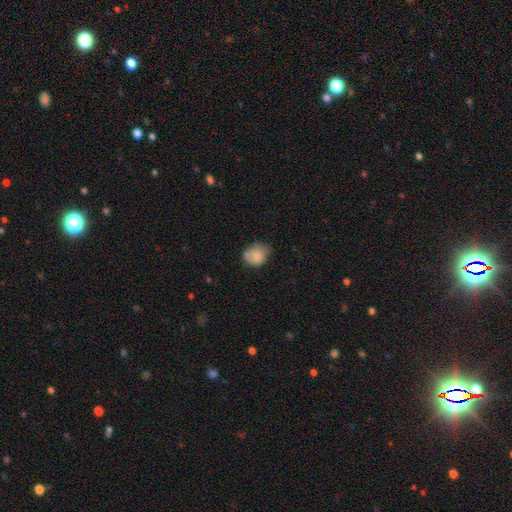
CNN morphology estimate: A smooth galaxy with no disk features (77%) that is round (50%).

Vote fractions:
- Smooth or featured? smooth: 77% / featured or disk: 15% / star or artifact: 8%
- How rounded? round: 50% / in between: 49% / cigar-shaped: 1%
- Merging? none: 45% / minor disturbance: 40% / major disturbance: 12% / merger: 3%